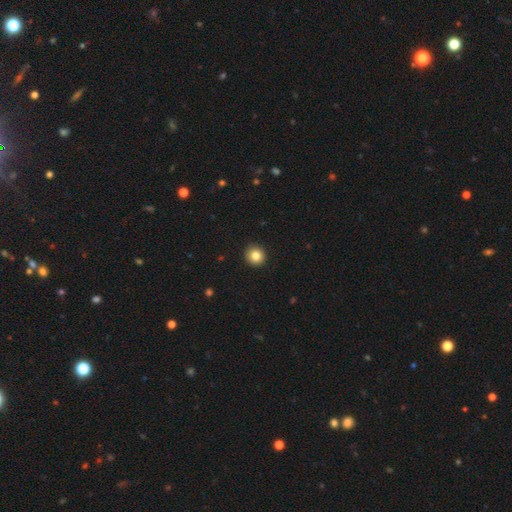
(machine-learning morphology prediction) Smooth or featured: smooth — 83% (star or artifact — 10%)
How rounded: round — 93% (in between — 6%)
Merging: none — 93% (minor disturbance — 5%)